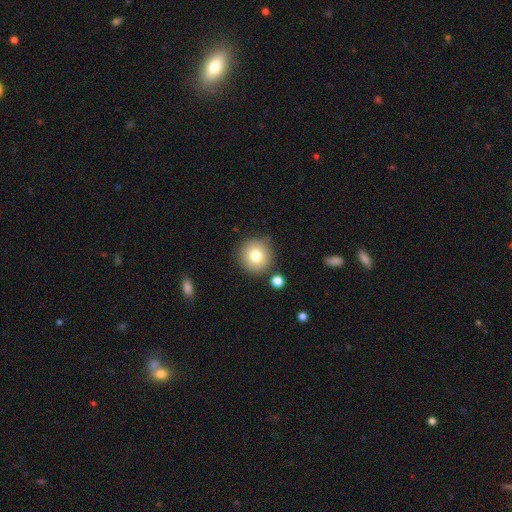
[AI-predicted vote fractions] Smooth or featured: smooth — 76% (featured or disk — 13%)
How rounded: round — 94% (in between — 5%)
Merging: none — 85% (minor disturbance — 8%)